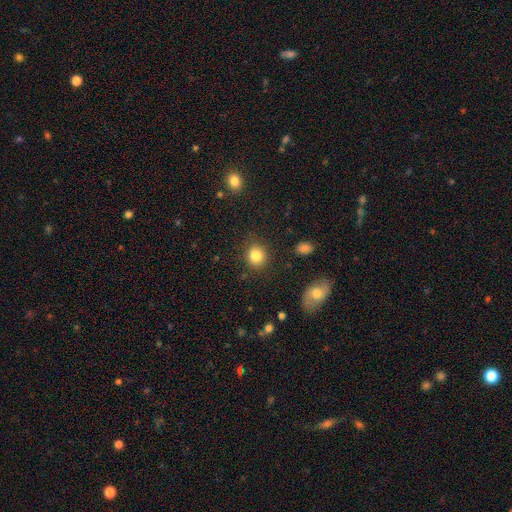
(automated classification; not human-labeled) smooth 84%, star or artifact 10%, featured or disk 6%. Down the decision tree: how rounded — round (77%); merging — none (85%).